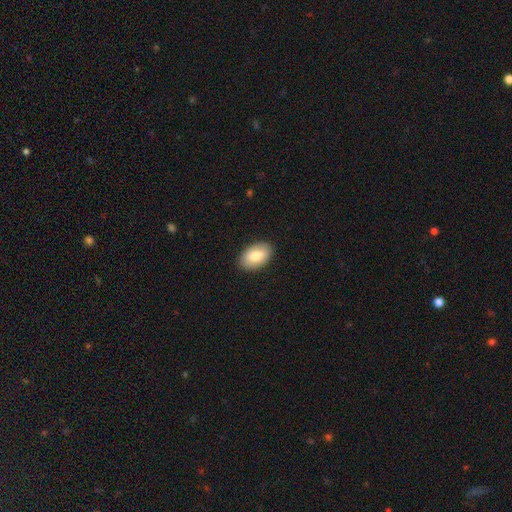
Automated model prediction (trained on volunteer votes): Smooth or featured? smooth (79%)
How rounded? in between (93%)
Merging? none (89%)